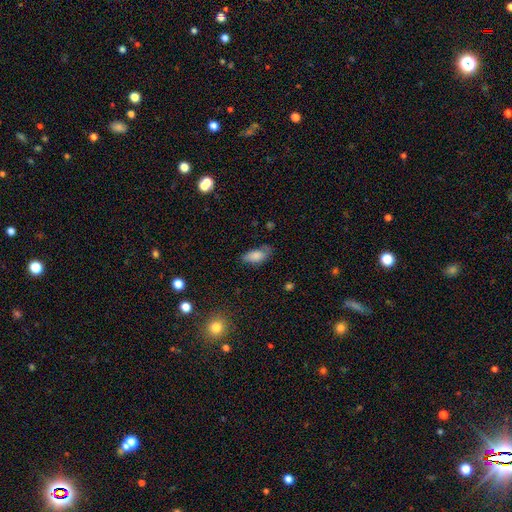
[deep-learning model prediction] Smooth or featured? smooth (79%)
How rounded? in between (88%)
Merging? none (54%)